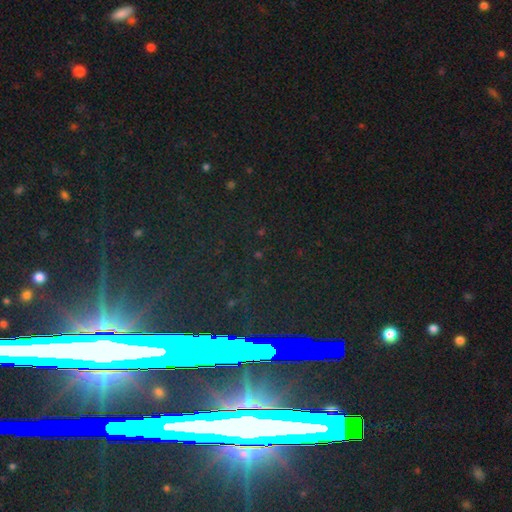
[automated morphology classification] Overall: star or artifact (77%).